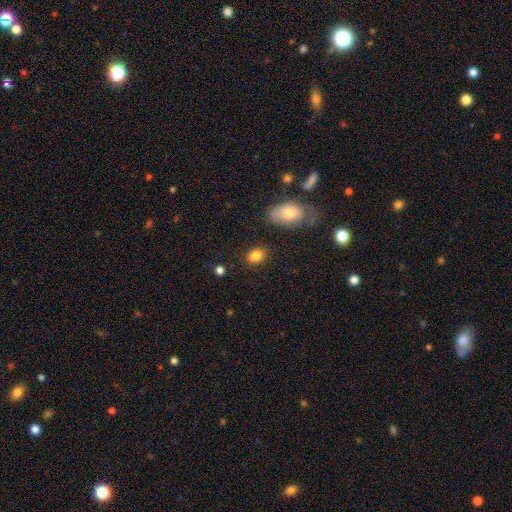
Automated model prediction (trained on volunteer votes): Overall: smooth (84%). How rounded: in between (73%). Merging: none (84%).